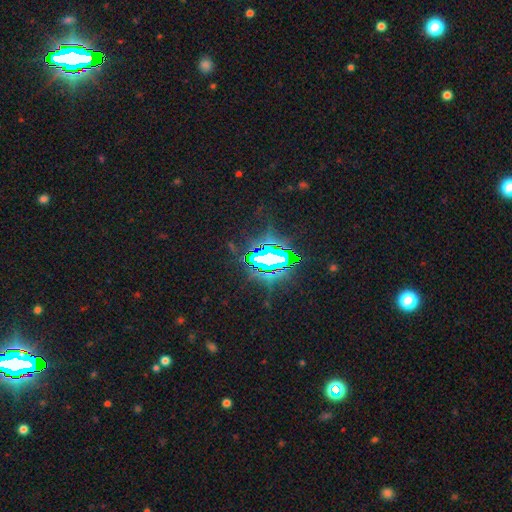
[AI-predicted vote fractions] smooth-or-featured: star or artifact: 83% | smooth: 10% | featured or disk: 7%